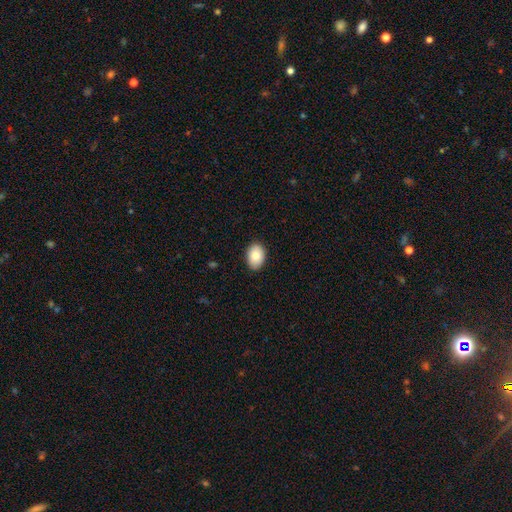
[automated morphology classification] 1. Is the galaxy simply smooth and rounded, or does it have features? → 87% smooth, 7% star or artifact, 6% featured or disk.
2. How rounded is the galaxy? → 85% in between, 14% round, 1% cigar-shaped.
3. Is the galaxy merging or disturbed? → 89% none, 8% minor disturbance, 2% major disturbance, 1% merger.